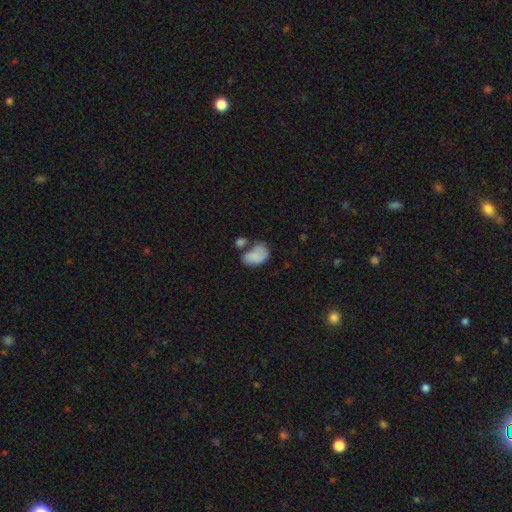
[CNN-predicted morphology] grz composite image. It shows a smooth galaxy with no disk features (78%) that is in between round and cigar-shaped (88%). Merging: merger (31%).